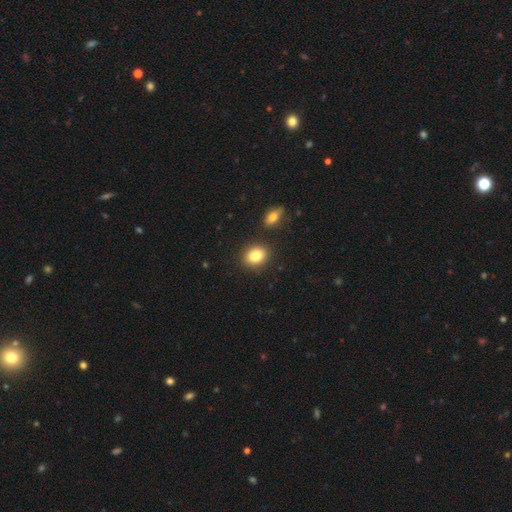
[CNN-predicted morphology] A smooth galaxy with no disk features (84%) that is in between round and cigar-shaped (61%). Merging: none (84%).